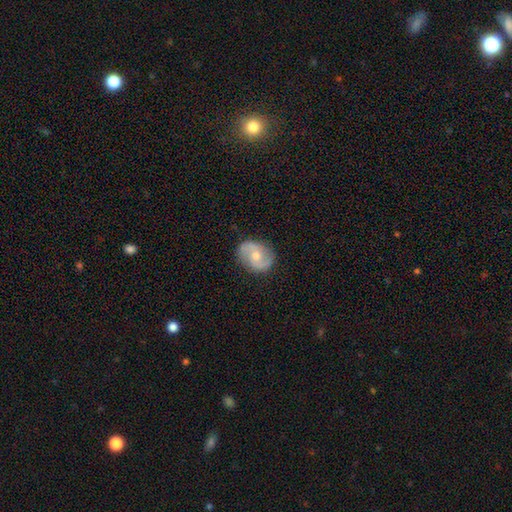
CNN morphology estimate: This is likely a featured or disk galaxy (67%). It is clearly not viewed edge-on (97%). Bar: likely no (60%). Spiral arm pattern: clearly yes (88%). Spiral arm count: clearly 2 (89%). Spiral winding: possibly medium (47%). Central bulge: likely moderate (61%). Merging: clearly none (82%).